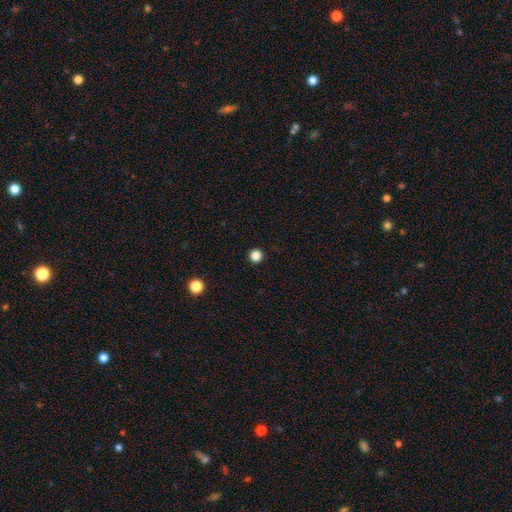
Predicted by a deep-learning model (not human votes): The model was most divided on "smooth or featured": smooth: 85%, star or artifact: 12%, featured or disk: 3%. More confident: how rounded — round (96%); merging — none (94%).